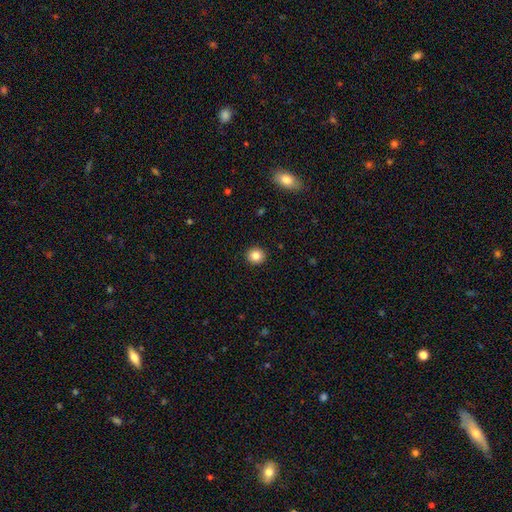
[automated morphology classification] The model was most divided on "smooth or featured": smooth: 84%, star or artifact: 10%, featured or disk: 6%. More confident: merging — none (92%); how rounded — round (89%).